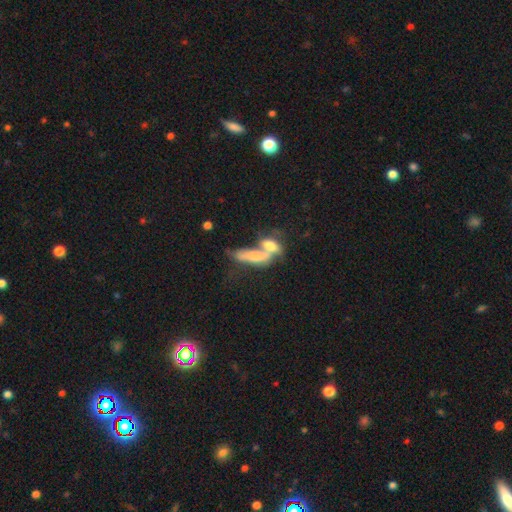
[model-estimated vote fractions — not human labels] Morphology: type=smooth (47%); merging=merger (63%).